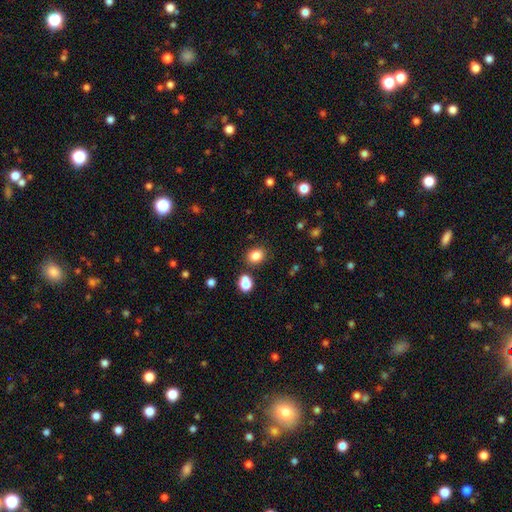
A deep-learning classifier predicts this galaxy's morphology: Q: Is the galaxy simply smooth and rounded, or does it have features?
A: smooth — 84%.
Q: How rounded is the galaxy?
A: round — 54%.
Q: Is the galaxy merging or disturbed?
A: none — 79%.